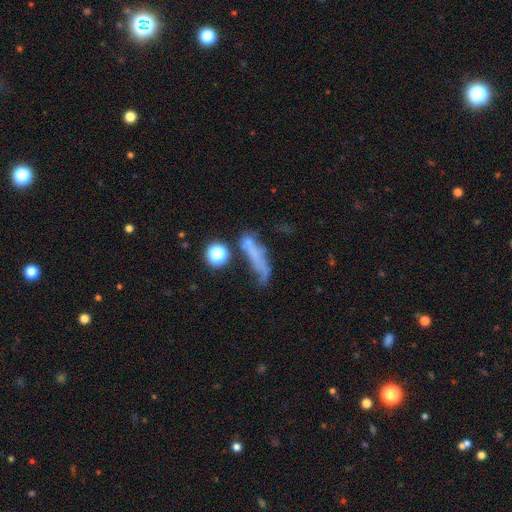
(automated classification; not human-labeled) Morphology: type=smooth (48%); merging=major disturbance (32%).